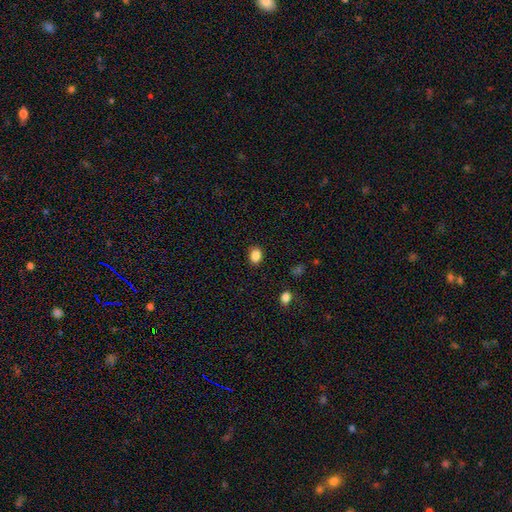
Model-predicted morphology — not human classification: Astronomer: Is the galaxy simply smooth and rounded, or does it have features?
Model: smooth — 87%.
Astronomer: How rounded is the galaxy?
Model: in between — 54% (runner-up: round, 45%).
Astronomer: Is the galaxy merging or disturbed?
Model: none — 88%.